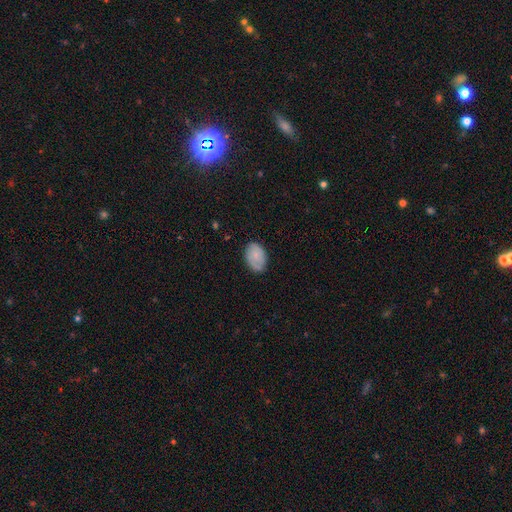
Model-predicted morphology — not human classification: type=smooth (70%); roundness=in between (84%); merging=none (68%).